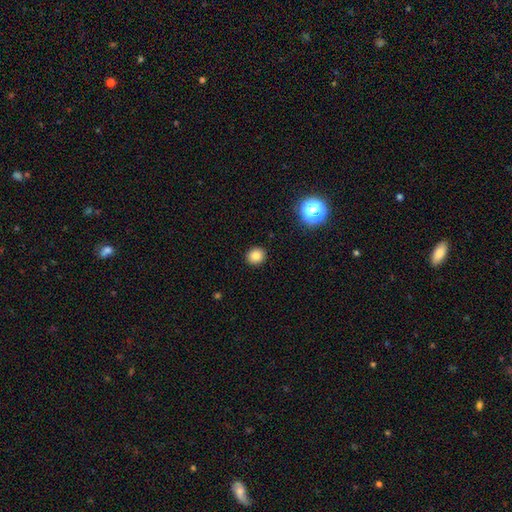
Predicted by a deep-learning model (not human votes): The model was most divided on "how rounded": round: 84%, in between: 15%, cigar-shaped: 1%. More confident: merging — none (92%); smooth or featured — smooth (82%).